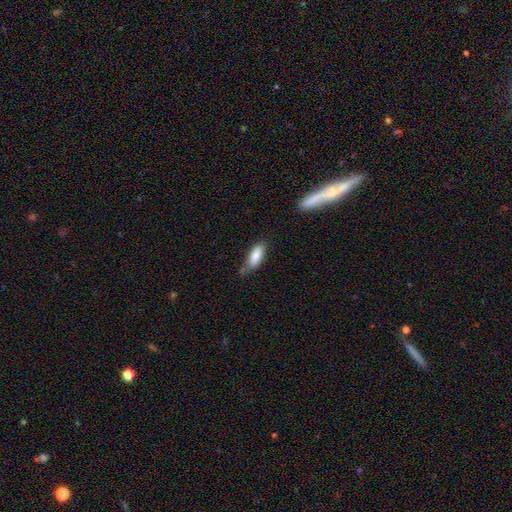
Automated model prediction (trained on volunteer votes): smooth 83%, featured or disk 11%, star or artifact 6%. Down the decision tree: how rounded — in between (75%); merging — none (56%).